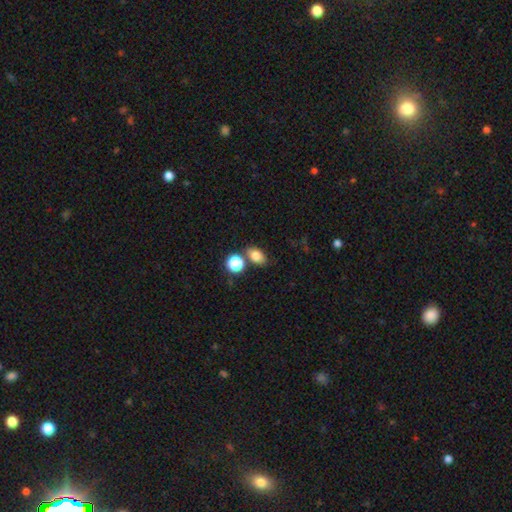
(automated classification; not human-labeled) smooth_or_featured: smooth (p=0.80) [alt: star or artifact p=0.12]
how_rounded: in between (p=0.76) [alt: round p=0.23]
merging: none (p=0.69) [alt: merger p=0.15]